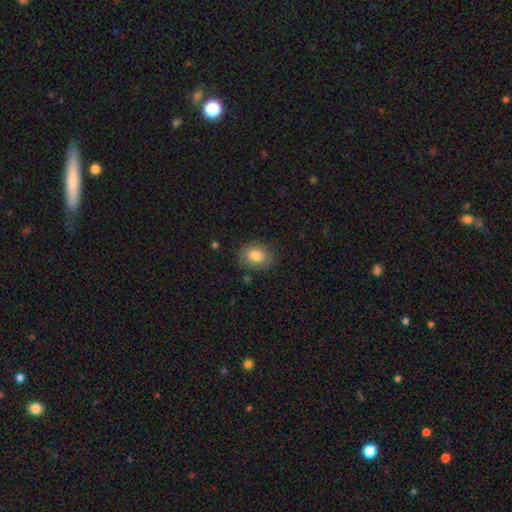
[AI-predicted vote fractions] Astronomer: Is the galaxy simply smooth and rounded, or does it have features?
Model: smooth — 81%.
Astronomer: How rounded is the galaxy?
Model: in between — 59% (runner-up: round, 40%).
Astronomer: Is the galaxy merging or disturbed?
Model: none — 80%.